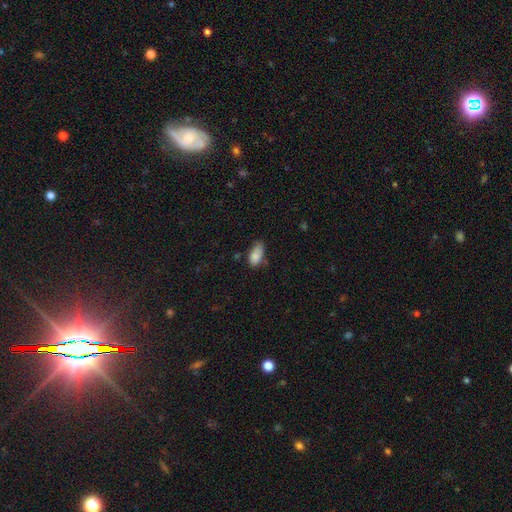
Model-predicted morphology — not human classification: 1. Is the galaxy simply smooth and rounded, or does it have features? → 85% smooth, 8% star or artifact, 7% featured or disk.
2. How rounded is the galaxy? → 92% in between, 5% cigar-shaped, 3% round.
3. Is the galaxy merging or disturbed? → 51% none, 37% minor disturbance, 8% major disturbance, 4% merger.